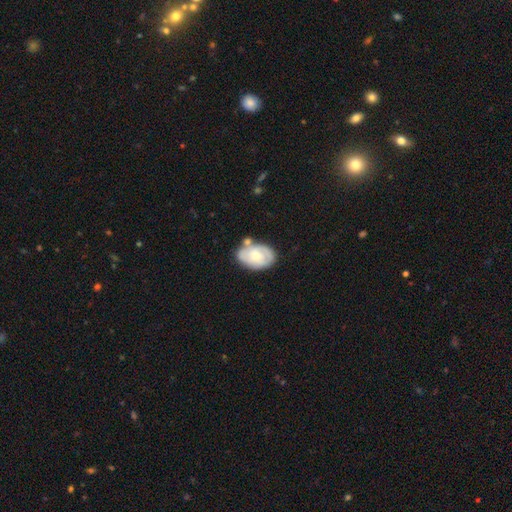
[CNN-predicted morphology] smooth-or-featured: smooth: 49% | featured or disk: 45% | star or artifact: 6%
  merging: none: 60% | minor disturbance: 21% | merger: 14% | major disturbance: 5%